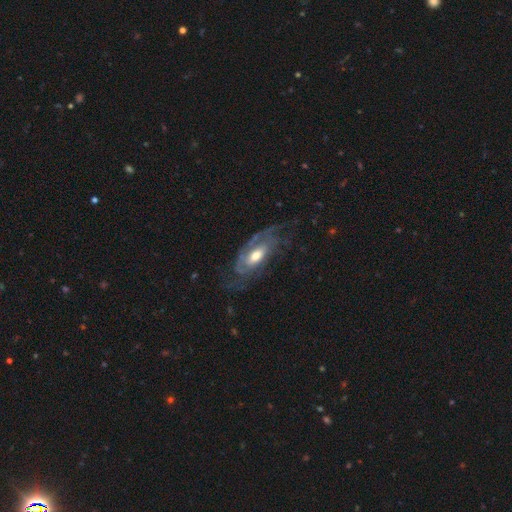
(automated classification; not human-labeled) smooth_or_featured: featured or disk (p=0.78) [alt: smooth p=0.17]
disk_edge_on: no (p=0.90) [alt: yes p=0.10]
bar: no (p=0.58) [alt: weak p=0.32]
has_spiral_arms: yes (p=0.88) [alt: no p=0.12]
spiral_winding: medium (p=0.40) [alt: tight p=0.39]
spiral_arm_count: 2 (p=0.41) [alt: can't tell p=0.31]
bulge_size: moderate (p=0.63) [alt: large p=0.24]
merging: none (p=0.56) [alt: major disturbance p=0.22]